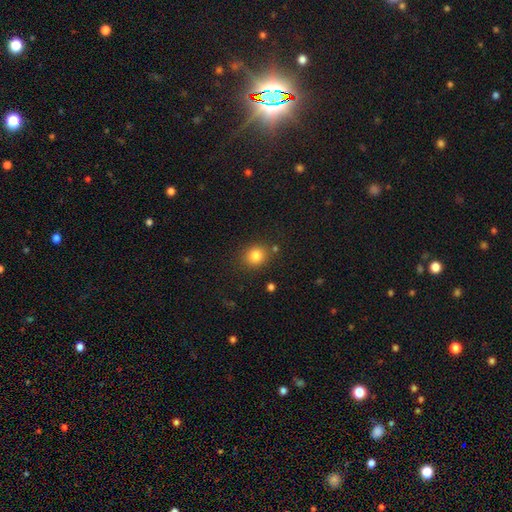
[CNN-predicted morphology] smooth 82%, star or artifact 12%, featured or disk 6%. Down the decision tree: how rounded — round (77%); merging — none (83%).